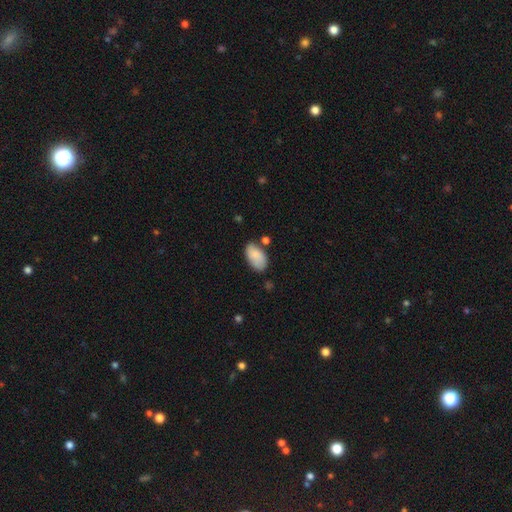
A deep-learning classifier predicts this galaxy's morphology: The model was most divided on "merging": none: 66%, minor disturbance: 22%, merger: 7%, major disturbance: 5%. More confident: how rounded — in between (95%); smooth or featured — smooth (85%).